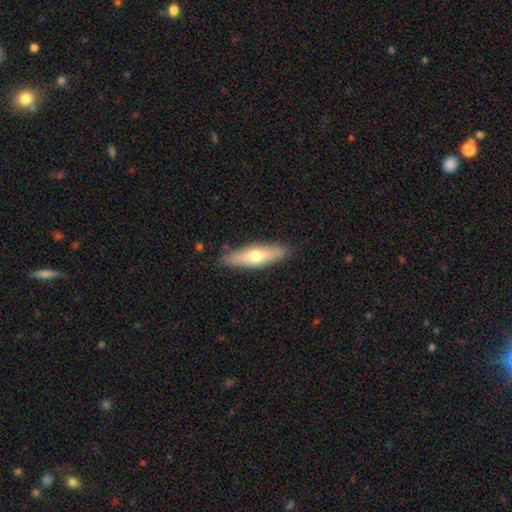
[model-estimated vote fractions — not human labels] This is possibly a smooth galaxy (57%). How rounded: likely cigar-shaped (61%). Merging: clearly none (85%).